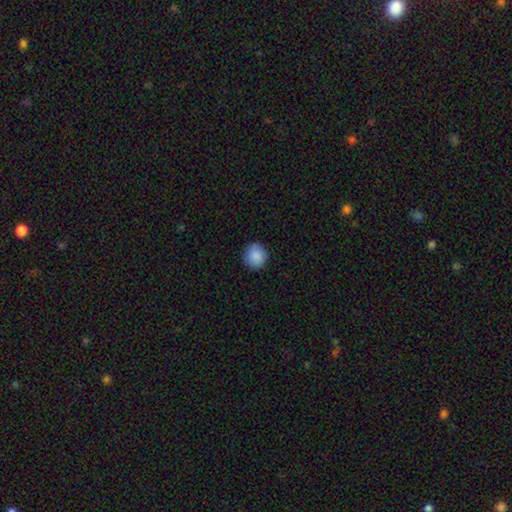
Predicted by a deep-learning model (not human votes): A smooth galaxy with no disk features (88%) that is round (86%).

Vote fractions:
- Smooth or featured? smooth: 88% / star or artifact: 8% / featured or disk: 4%
- How rounded? round: 86% / in between: 13% / cigar-shaped: 1%
- Merging? none: 85% / minor disturbance: 11% / major disturbance: 2% / merger: 1%